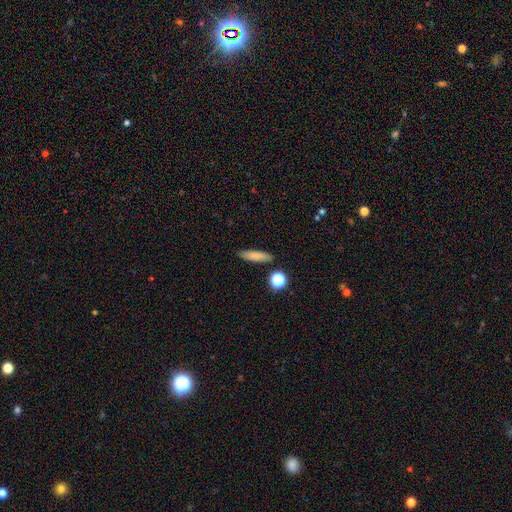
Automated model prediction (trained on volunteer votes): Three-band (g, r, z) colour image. It shows a smooth galaxy with no disk features (81%) that is cigar-shaped (69%). Merging: none (87%).